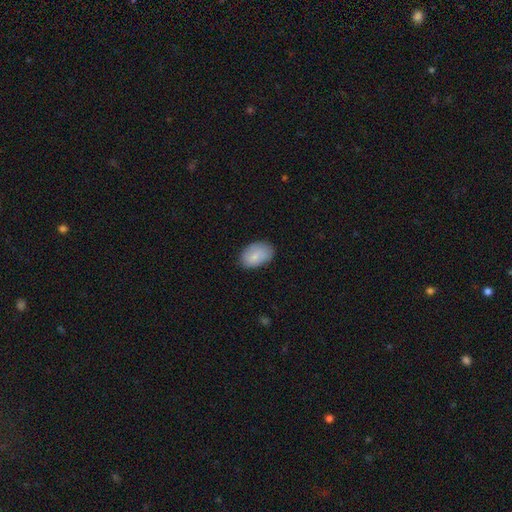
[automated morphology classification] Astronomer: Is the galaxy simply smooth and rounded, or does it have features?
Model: smooth — 82%.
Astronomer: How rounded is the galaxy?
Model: in between — 91%.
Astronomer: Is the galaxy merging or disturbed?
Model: none — 79%.